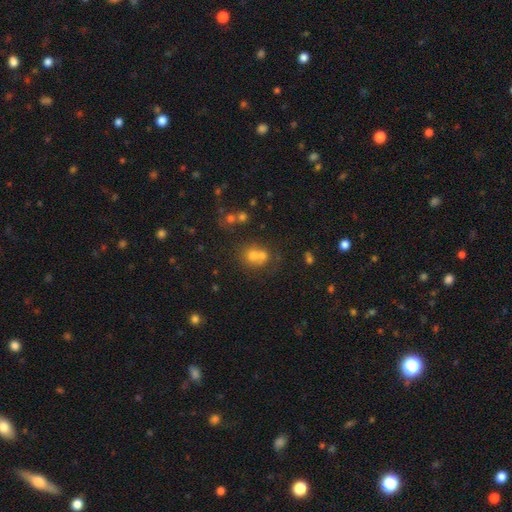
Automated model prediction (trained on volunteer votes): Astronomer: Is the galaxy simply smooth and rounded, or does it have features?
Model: smooth — 64%.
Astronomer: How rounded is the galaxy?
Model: round — 79%.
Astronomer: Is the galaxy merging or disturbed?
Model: merger — 52% (runner-up: none, 37%).